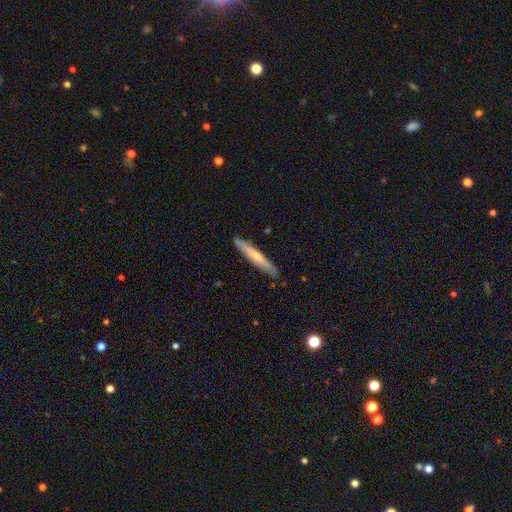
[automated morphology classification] Smooth or featured?
  - featured or disk: 50% *
  - smooth: 45%
  - star or artifact: 6%
Merging?
  - none: 88% *
  - minor disturbance: 9%
  - major disturbance: 2%
  - merger: 1%